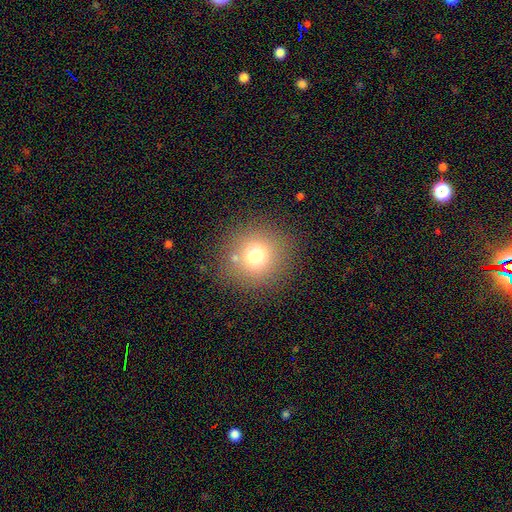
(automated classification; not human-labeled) Morphology: type=smooth (72%); roundness=round (93%); merging=none (84%).